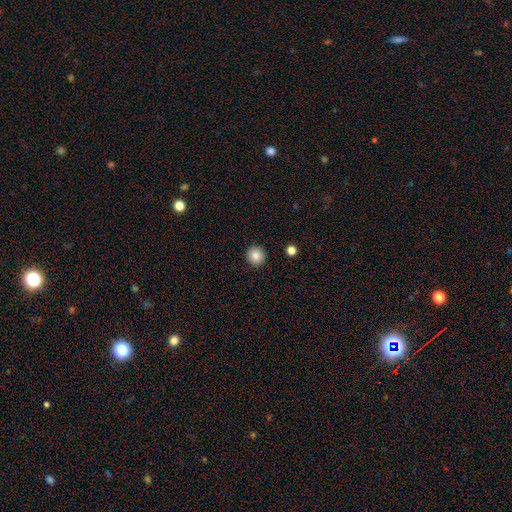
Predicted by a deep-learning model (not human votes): Overall: smooth (85%). How rounded: round (94%). Merging: none (91%).